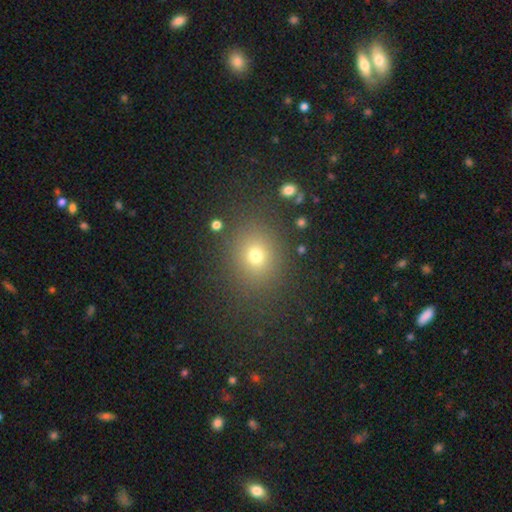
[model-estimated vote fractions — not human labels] smooth-or-featured: smooth: 71% | star or artifact: 20% | featured or disk: 9%
  how-rounded: round: 67% | in between: 32% | cigar-shaped: 1%
  merging: none: 83% | minor disturbance: 9% | major disturbance: 5% | merger: 2%